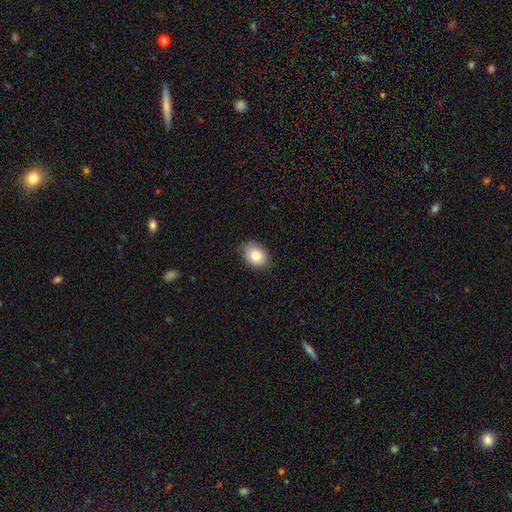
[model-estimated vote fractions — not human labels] This is clearly a smooth galaxy (83%). How rounded: likely in between (70%). Merging: likely none (78%).